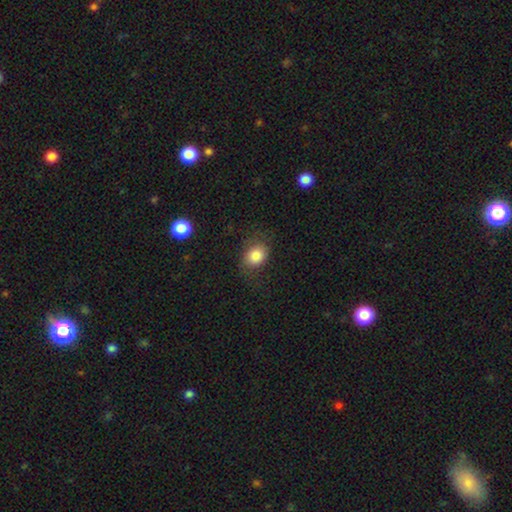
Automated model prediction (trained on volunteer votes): smooth-or-featured: smooth: 82% | featured or disk: 9% | star or artifact: 9%
  how-rounded: in between: 50% | round: 49% | cigar-shaped: 1%
  merging: none: 68% | minor disturbance: 20% | major disturbance: 11% | merger: 1%